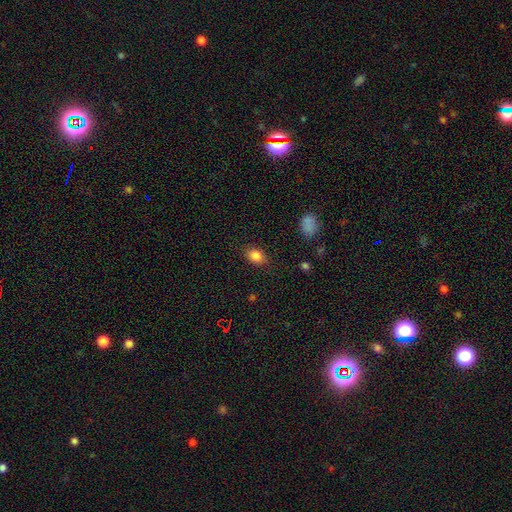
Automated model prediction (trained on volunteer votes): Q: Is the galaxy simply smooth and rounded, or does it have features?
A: smooth — 85%.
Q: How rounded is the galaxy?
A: in between — 70%.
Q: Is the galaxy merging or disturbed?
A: none — 83%.